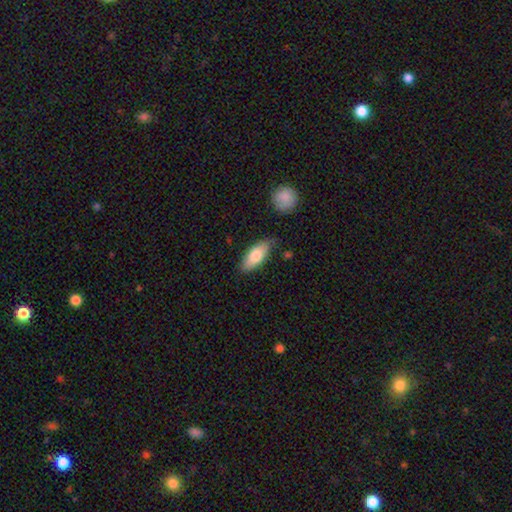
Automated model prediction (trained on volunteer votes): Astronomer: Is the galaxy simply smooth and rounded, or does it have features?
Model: smooth — 76%.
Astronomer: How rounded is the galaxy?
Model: in between — 78%.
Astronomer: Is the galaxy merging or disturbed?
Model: none — 79%.